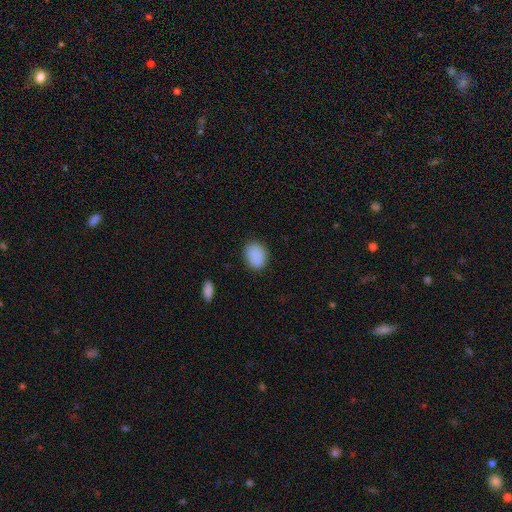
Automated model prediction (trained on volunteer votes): smooth_or_featured: smooth (p=0.87) [alt: star or artifact p=0.08]
how_rounded: in between (p=0.57) [alt: round p=0.42]
merging: none (p=0.81) [alt: minor disturbance p=0.14]